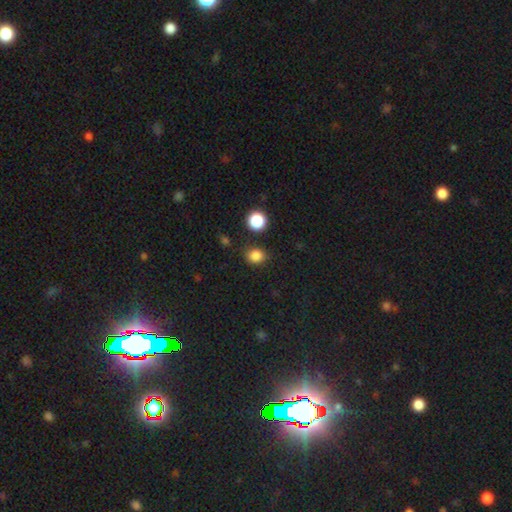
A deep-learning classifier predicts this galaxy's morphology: This appears to be a smooth galaxy with no disk features (83%) that is round (73%). Merging: none (79%).